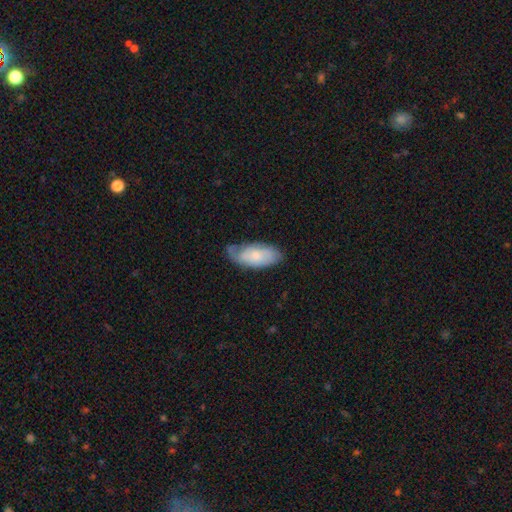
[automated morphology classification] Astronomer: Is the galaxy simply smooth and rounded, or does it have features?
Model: smooth — 61%.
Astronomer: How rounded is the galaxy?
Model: in between — 89%.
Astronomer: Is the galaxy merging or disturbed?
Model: none — 54% (runner-up: minor disturbance, 34%).